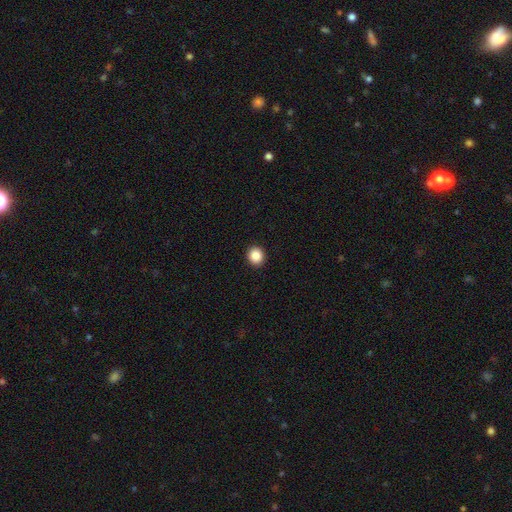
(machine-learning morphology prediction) smooth_or_featured: smooth (p=0.88) [alt: star or artifact p=0.09]
how_rounded: round (p=0.83) [alt: in between p=0.17]
merging: none (p=0.93) [alt: minor disturbance p=0.04]